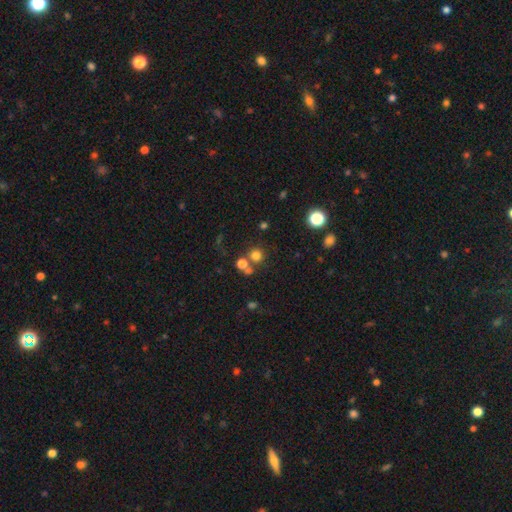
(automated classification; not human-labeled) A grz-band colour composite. It shows a smooth galaxy with no disk features (73%) that is round (92%). Merging: none (68%).